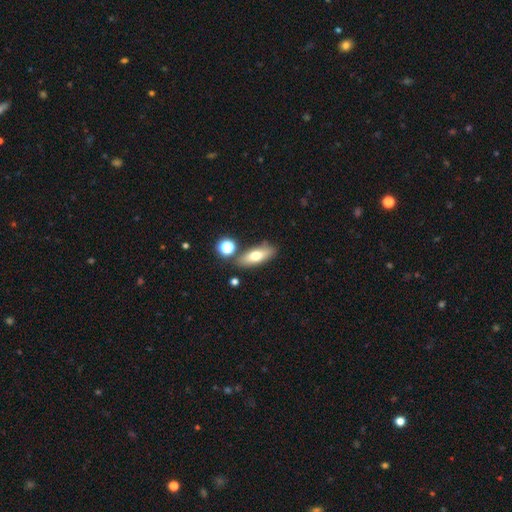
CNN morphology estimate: Q: Smooth or featured?
A: smooth (67%); runner-up: featured or disk (24%)
Q: How rounded?
A: in between (67%); runner-up: cigar-shaped (27%)
Q: Merging?
A: none (76%); runner-up: minor disturbance (12%)